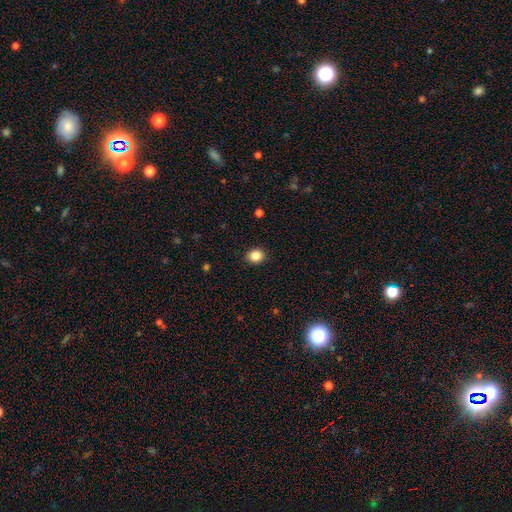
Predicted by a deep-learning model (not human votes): smooth-or-featured: smooth: 86% | star or artifact: 10% | featured or disk: 4%
  how-rounded: round: 67% | in between: 32% | cigar-shaped: 1%
  merging: none: 91% | minor disturbance: 6% | major disturbance: 2% | merger: 1%